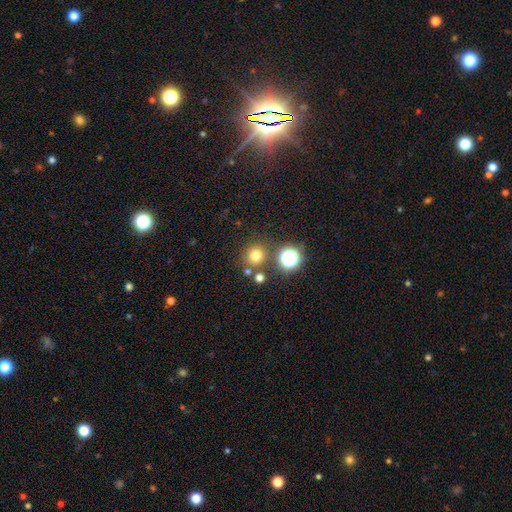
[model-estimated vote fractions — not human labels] The model was most divided on "smooth or featured": smooth: 72%, star or artifact: 21%, featured or disk: 7%. More confident: how rounded — round (92%); merging — none (79%).